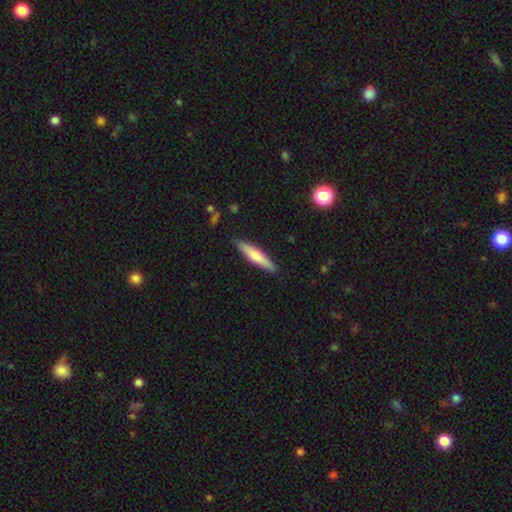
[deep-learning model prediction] Overall: smooth (63%; featured or disk 32%). How rounded: cigar-shaped (87%). Merging: none (88%).